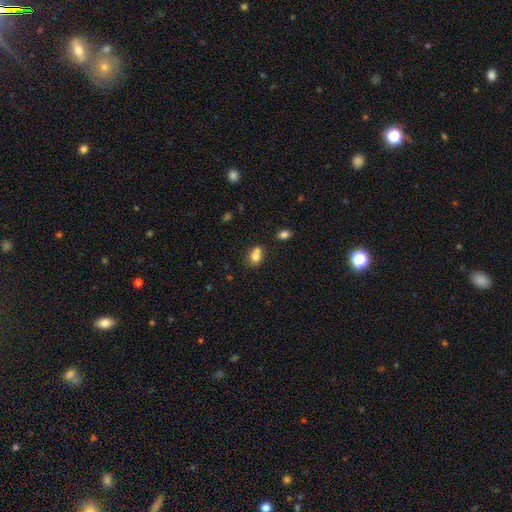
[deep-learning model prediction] Q: Smooth or featured?
A: smooth (75%); runner-up: featured or disk (14%)
Q: How rounded?
A: round (53%); runner-up: in between (46%)
Q: Merging?
A: merger (51%); runner-up: none (34%)